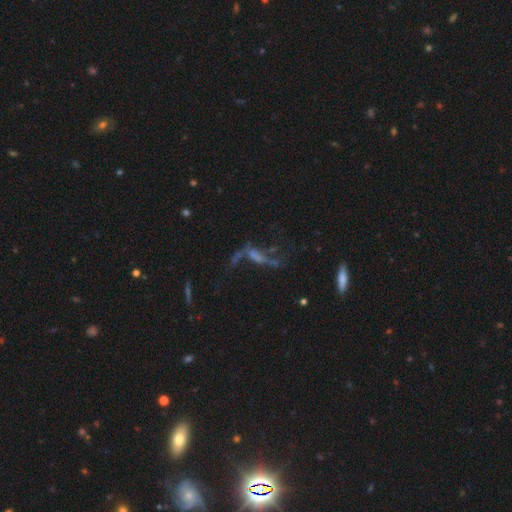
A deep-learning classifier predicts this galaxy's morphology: smooth_or_featured: featured or disk (p=0.56) [alt: star or artifact p=0.24]
disk_edge_on: no (p=0.75) [alt: yes p=0.25]
merging: none (p=0.40) [alt: major disturbance p=0.31]